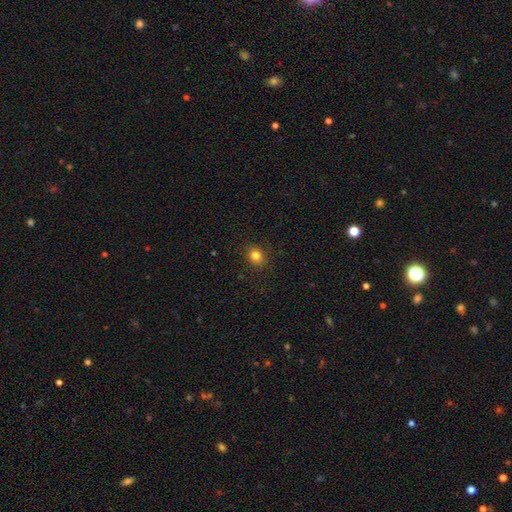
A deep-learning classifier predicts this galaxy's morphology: type=smooth (82%); roundness=round (67%); merging=none (89%).